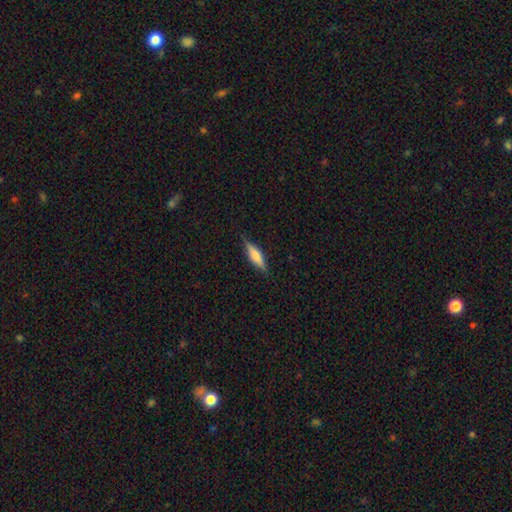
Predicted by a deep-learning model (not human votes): This appears to be a smooth galaxy with no disk features (49%). Merging: none (85%).